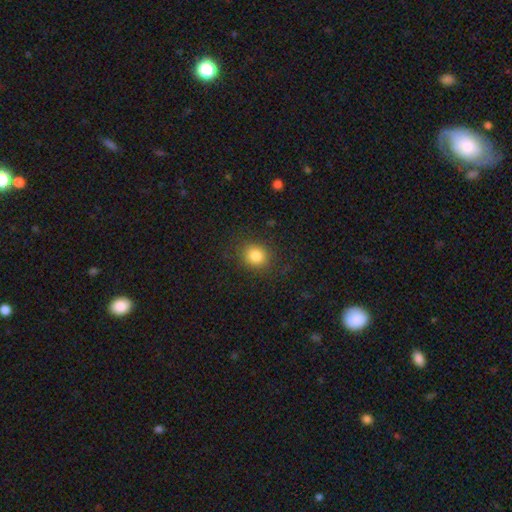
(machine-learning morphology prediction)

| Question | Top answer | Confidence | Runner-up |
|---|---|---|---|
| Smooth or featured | smooth | 83% | star or artifact (11%) |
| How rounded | round | 73% | in between (26%) |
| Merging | none | 85% | minor disturbance (10%) |